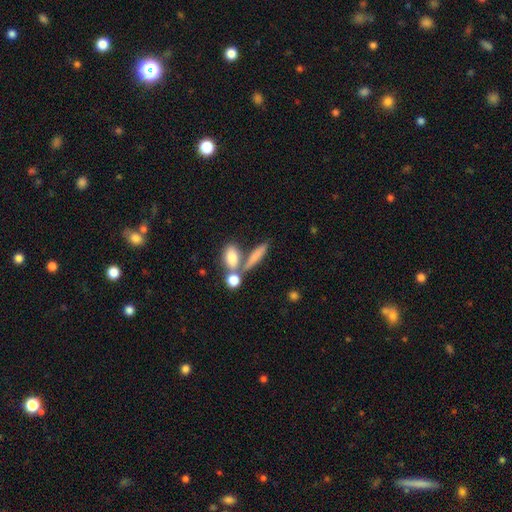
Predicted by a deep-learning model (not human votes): Smooth or featured: smooth — 74% (featured or disk — 18%)
How rounded: cigar-shaped — 55% (in between — 35%)
Merging: none — 50% (merger — 32%)